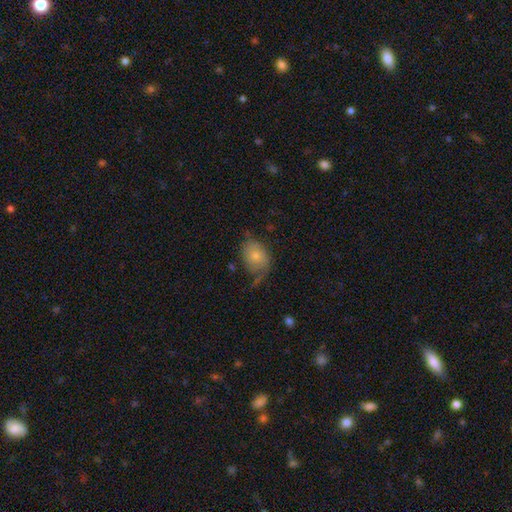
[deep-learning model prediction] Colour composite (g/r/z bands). It shows a smooth galaxy with no disk features (66%) that is in between round and cigar-shaped (65%). Merging: none (44%).